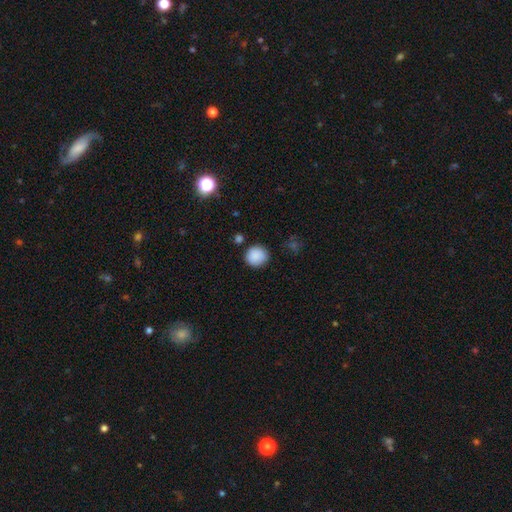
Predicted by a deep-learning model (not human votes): A smooth galaxy with no disk features (88%) that is round (91%). Merging: none (84%).